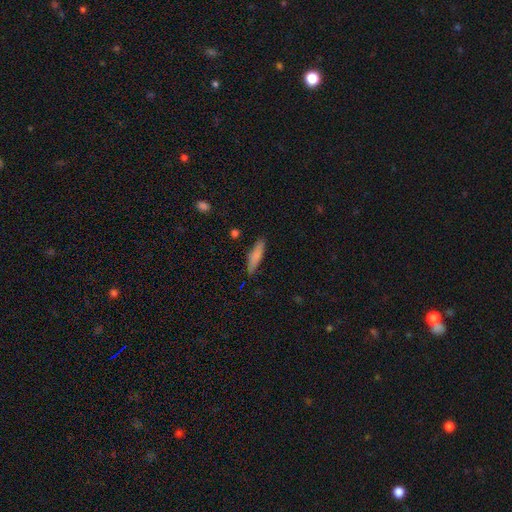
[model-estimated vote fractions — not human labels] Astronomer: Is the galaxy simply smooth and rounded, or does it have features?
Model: smooth — 77%.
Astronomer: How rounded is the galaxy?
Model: cigar-shaped — 79%.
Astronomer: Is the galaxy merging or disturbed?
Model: none — 82%.